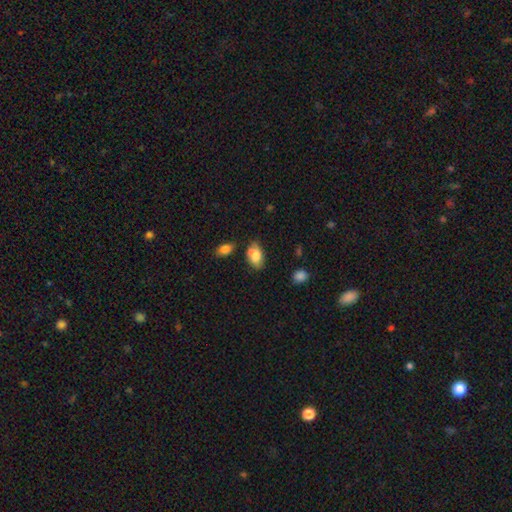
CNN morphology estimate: This is likely a smooth galaxy (72%). How rounded: clearly in between (86%). Merging: possibly none (47%).